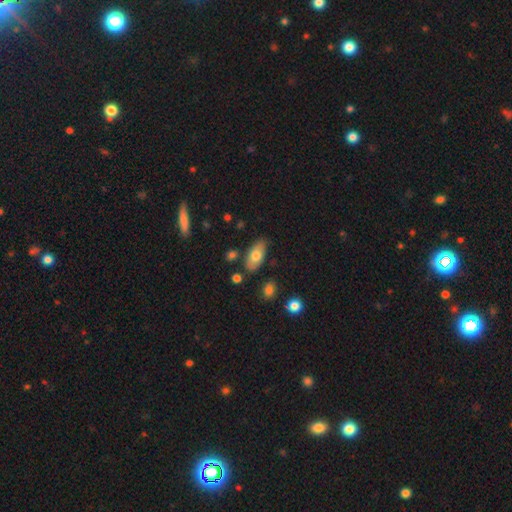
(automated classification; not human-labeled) A smooth galaxy with no disk features (71%) that is in between round and cigar-shaped (89%).

Vote fractions:
- Smooth or featured? smooth: 71% / featured or disk: 22% / star or artifact: 6%
- How rounded? in between: 89% / cigar-shaped: 8% / round: 3%
- Merging? none: 80% / minor disturbance: 13% / merger: 4% / major disturbance: 3%